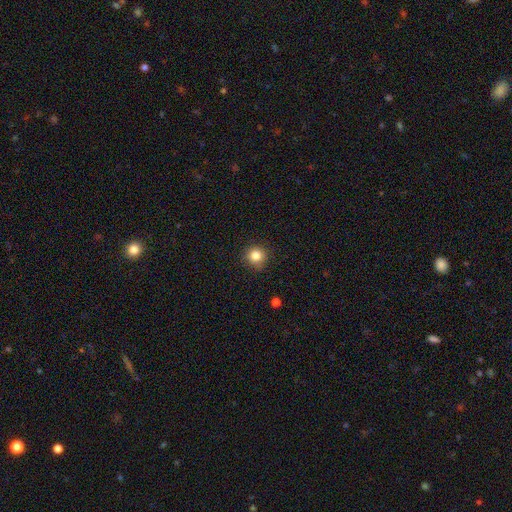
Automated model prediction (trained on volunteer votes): This appears to be a smooth galaxy with no disk features (83%) that is round (92%). Merging: none (87%).